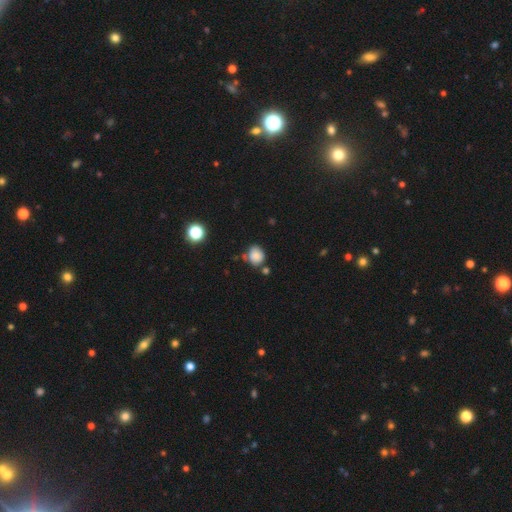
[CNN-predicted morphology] A smooth galaxy with no disk features (83%) that is round (76%).

Vote fractions:
- Smooth or featured? smooth: 83% / star or artifact: 11% / featured or disk: 6%
- How rounded? round: 76% / in between: 23% / cigar-shaped: 1%
- Merging? none: 64% / minor disturbance: 19% / merger: 11% / major disturbance: 5%